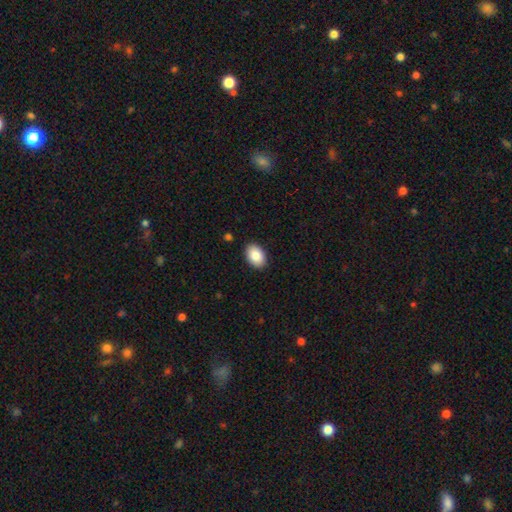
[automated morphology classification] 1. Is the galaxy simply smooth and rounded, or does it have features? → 87% smooth, 7% star or artifact, 6% featured or disk.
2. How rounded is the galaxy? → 87% in between, 12% round, 1% cigar-shaped.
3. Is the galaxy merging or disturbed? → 89% none, 8% minor disturbance, 2% major disturbance, 1% merger.